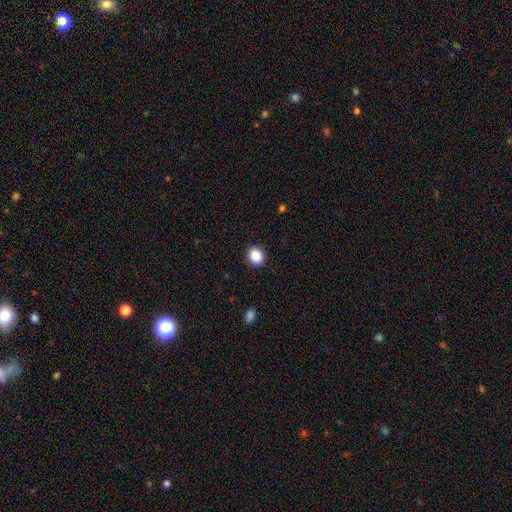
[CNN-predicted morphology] Smooth or featured? smooth (87%)
How rounded? round (69%)
Merging? none (91%)